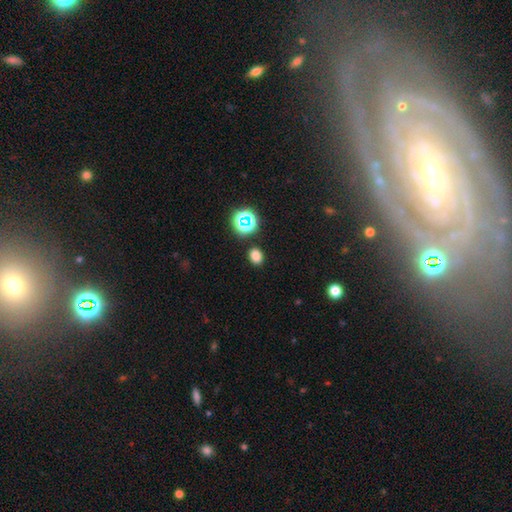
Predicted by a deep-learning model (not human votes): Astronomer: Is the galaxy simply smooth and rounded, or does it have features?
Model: smooth — 77%.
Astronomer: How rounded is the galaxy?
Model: in between — 54% (runner-up: round, 45%).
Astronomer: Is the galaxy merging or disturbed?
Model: none — 87%.